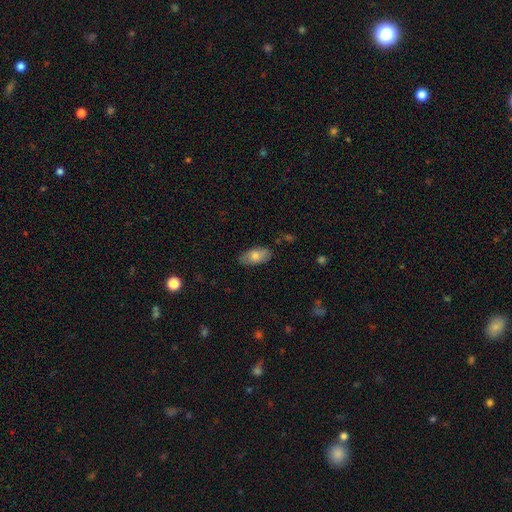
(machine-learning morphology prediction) A smooth galaxy with no disk features (74%) that is in between round and cigar-shaped (91%). Merging: none (82%).